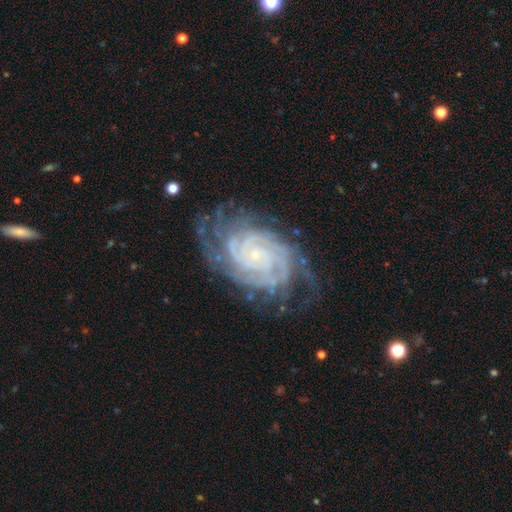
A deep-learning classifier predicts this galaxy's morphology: A featured or disk galaxy (90%) with no bar (72%), 4 (24%) tight (80%) spiral arms (98%) and a small central bulge (81%).

Vote fractions:
- Smooth or featured? featured or disk: 90% / star or artifact: 6% / smooth: 4%
- Edge-on disk? no: 97% / yes: 3%
- Bar? no: 72% / weak: 21% / strong: 7%
- Spiral arms? yes: 98% / no: 2%
- Spiral winding? tight: 80% / medium: 17% / loose: 3%
- Spiral arm count? 4: 24% / can't tell: 20% / 3: 16% / 2: 16% / more than 4: 16% / 1: 7%
- Bulge size? small: 81% / moderate: 9% / none: 8% / large: 1% / dominant: 1%
- Merging? none: 70% / minor disturbance: 19% / major disturbance: 9% / merger: 2%